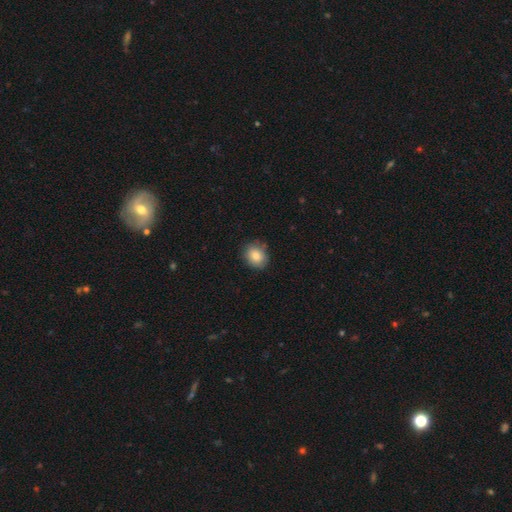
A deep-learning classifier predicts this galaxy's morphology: smooth-or-featured: smooth: 82% | featured or disk: 9% | star or artifact: 9%
  how-rounded: round: 59% | in between: 40% | cigar-shaped: 1%
  merging: none: 81% | minor disturbance: 14% | major disturbance: 3% | merger: 2%